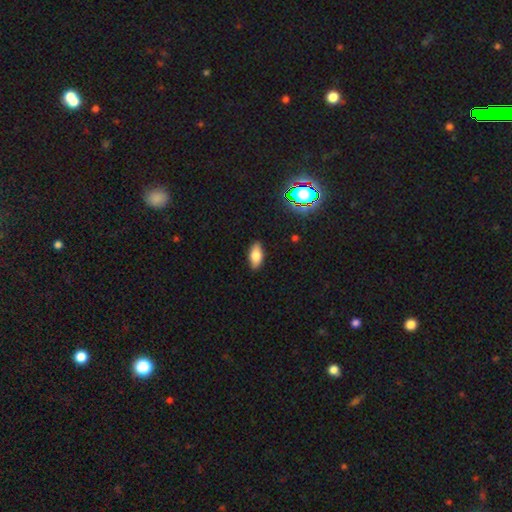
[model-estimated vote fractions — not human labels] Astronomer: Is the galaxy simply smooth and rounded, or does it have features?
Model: smooth — 72%.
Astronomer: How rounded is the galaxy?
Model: in between — 85%.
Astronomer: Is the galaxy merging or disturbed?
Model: none — 86%.